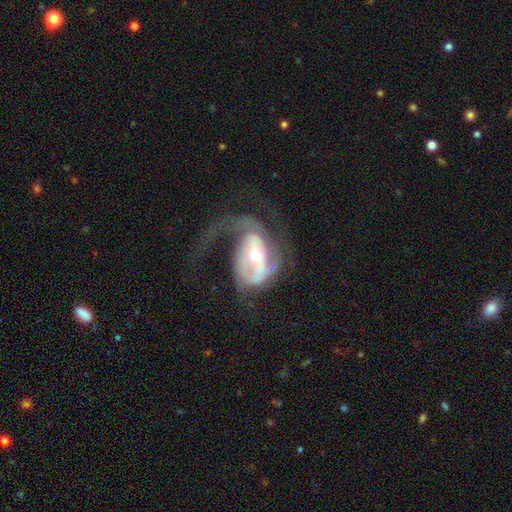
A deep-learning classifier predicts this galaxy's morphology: This appears to be a featured or disk galaxy (84%) with a weak bar (36%), 2 (40%) medium (42%) spiral arms (89%) and a moderate central bulge (51%). Merging: major disturbance (51%).